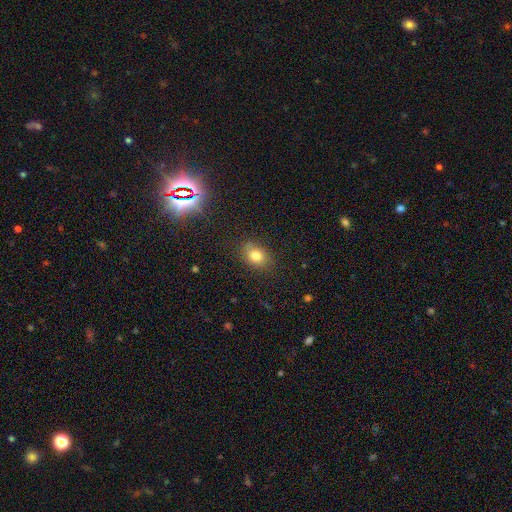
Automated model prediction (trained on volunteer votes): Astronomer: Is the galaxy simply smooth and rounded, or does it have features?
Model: smooth — 78%.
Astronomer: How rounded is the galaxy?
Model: in between — 63%.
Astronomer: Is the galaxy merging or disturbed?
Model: none — 80%.